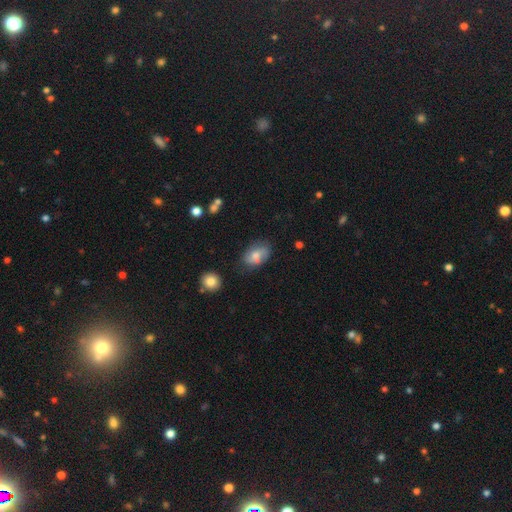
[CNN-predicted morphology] The model was most divided on "smooth or featured": smooth: 63%, featured or disk: 28%, star or artifact: 9%. More confident: how rounded — in between (85%); merging — none (62%).